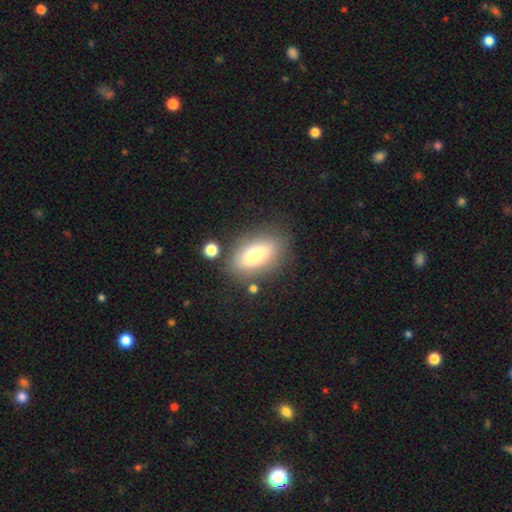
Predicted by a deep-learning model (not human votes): smooth_or_featured: smooth (p=0.69) [alt: featured or disk p=0.22]
how_rounded: in between (p=0.81) [alt: cigar-shaped p=0.12]
merging: none (p=0.76) [alt: minor disturbance p=0.13]